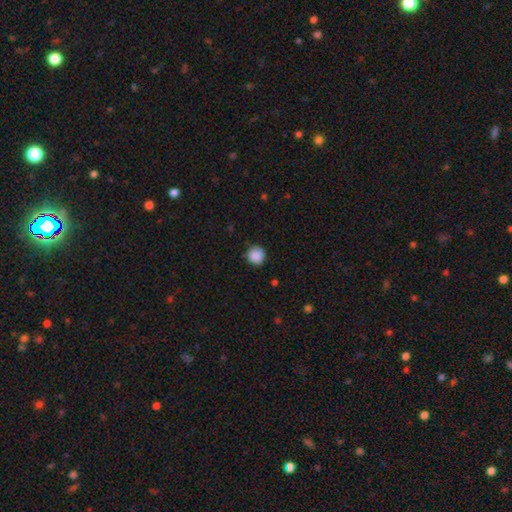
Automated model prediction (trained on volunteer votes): Smooth or featured? smooth (88%)
How rounded? round (94%)
Merging? none (86%)